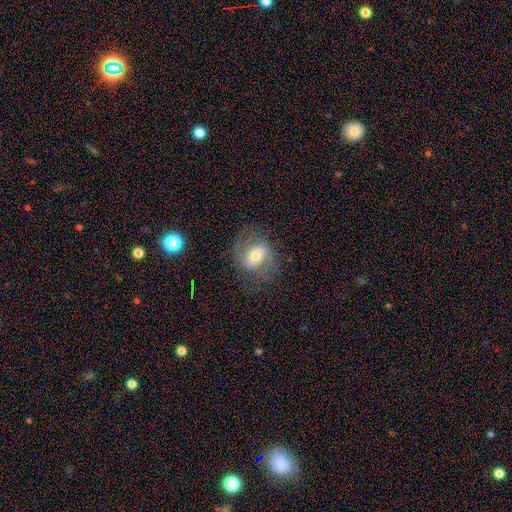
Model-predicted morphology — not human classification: featured or disk 53%, smooth 37%, star or artifact 9%. Down the decision tree: edge-on disk — no (95%); bar — weak (38%); spiral arms — yes (71%); bulge size — moderate (58%); merging — none (70%).